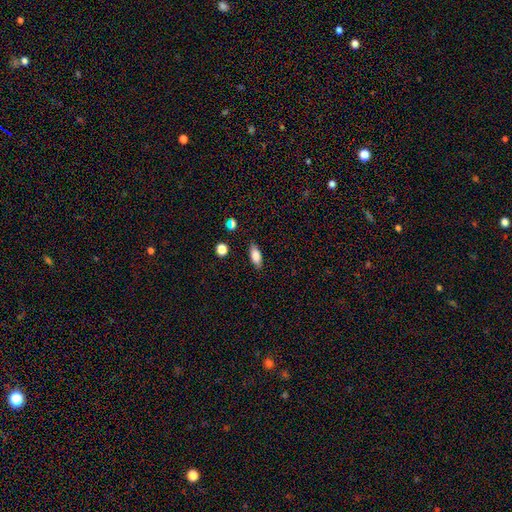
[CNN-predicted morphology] This is clearly a smooth galaxy (83%). How rounded: clearly in between (81%). Merging: clearly none (85%).